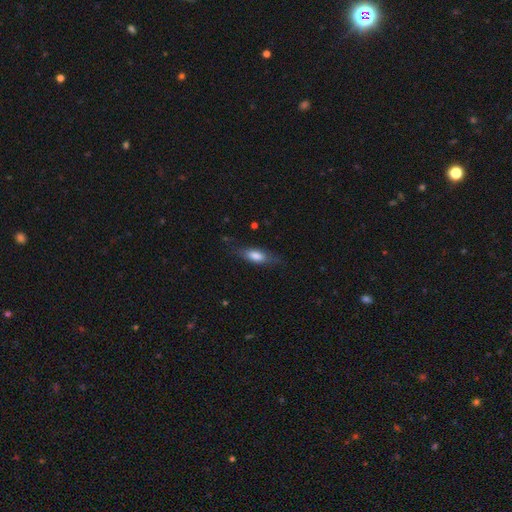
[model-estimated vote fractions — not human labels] smooth 70%, featured or disk 23%, star or artifact 7%. Down the decision tree: how rounded — in between (62%); merging — none (72%).